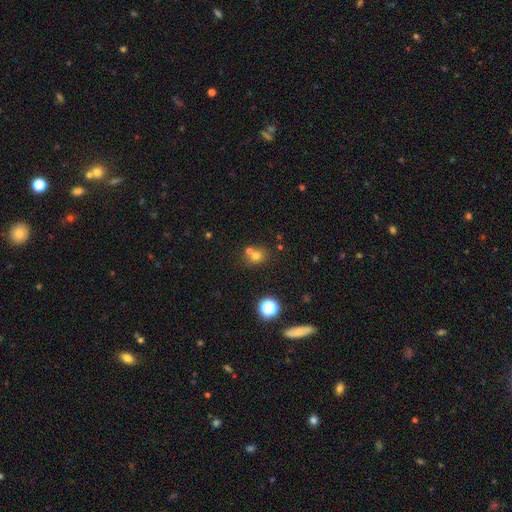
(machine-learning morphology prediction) A smooth galaxy with no disk features (67%) that is round (77%).

Vote fractions:
- Smooth or featured? smooth: 67% / star or artifact: 21% / featured or disk: 11%
- How rounded? round: 77% / in between: 22% / cigar-shaped: 1%
- Merging? none: 52% / merger: 37% / minor disturbance: 8% / major disturbance: 3%